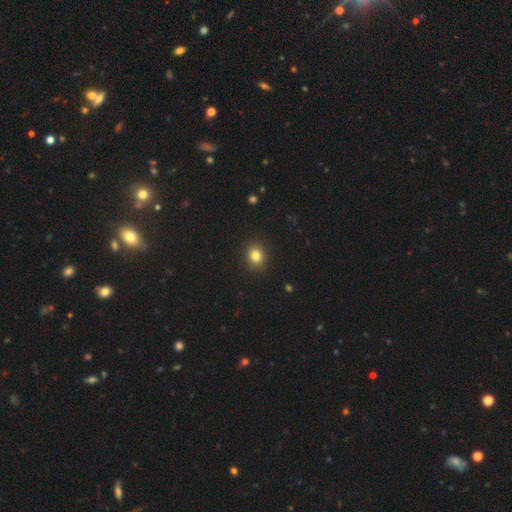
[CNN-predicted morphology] This is clearly a smooth galaxy (82%). How rounded: likely round (71%). Merging: clearly none (91%).